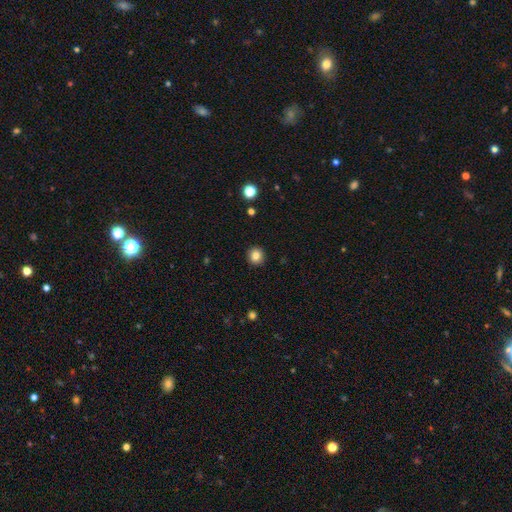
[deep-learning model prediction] This appears to be a smooth galaxy with no disk features (84%) that is round (92%). Merging: none (92%).